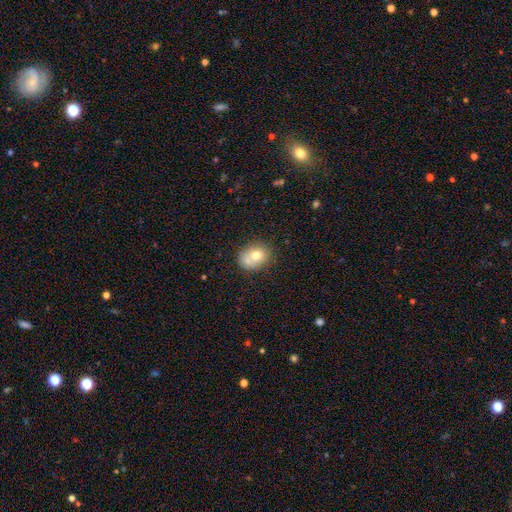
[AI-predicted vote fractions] smooth-or-featured: smooth: 71% | featured or disk: 20% | star or artifact: 10%
  how-rounded: round: 52% | in between: 47% | cigar-shaped: 1%
  merging: none: 48% | merger: 30% | minor disturbance: 17% | major disturbance: 5%